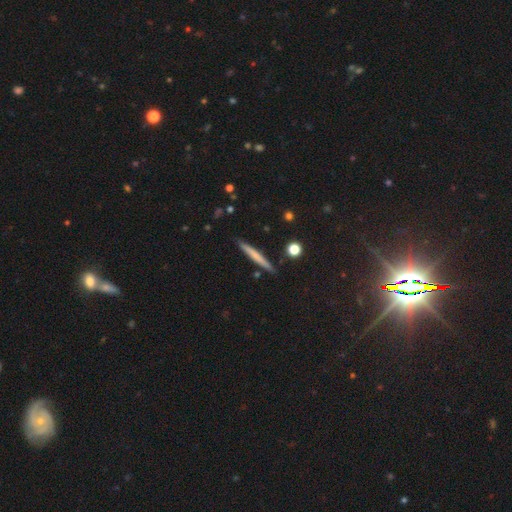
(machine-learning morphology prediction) Q: Smooth or featured?
A: smooth (59%); runner-up: featured or disk (35%)
Q: How rounded?
A: cigar-shaped (96%); runner-up: in between (2%)
Q: Merging?
A: none (90%); runner-up: minor disturbance (7%)